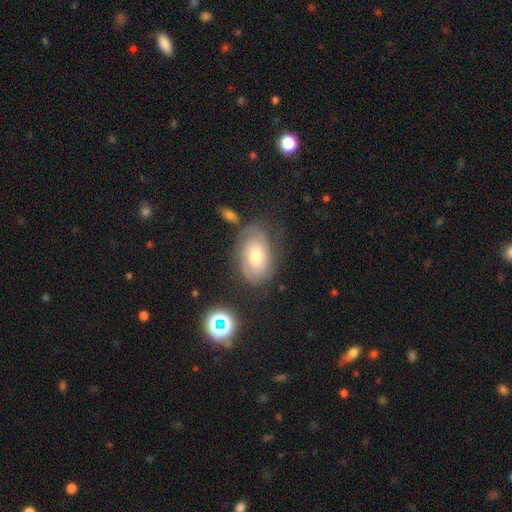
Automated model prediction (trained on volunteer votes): Smooth or featured? featured or disk (66%)
Edge-on disk? no (95%)
Bar? no (73%)
Spiral arms? yes (86%)
Spiral winding? tight (65%)
Spiral arm count? 2 (48%)
Bulge size? moderate (67%)
Merging? none (70%)